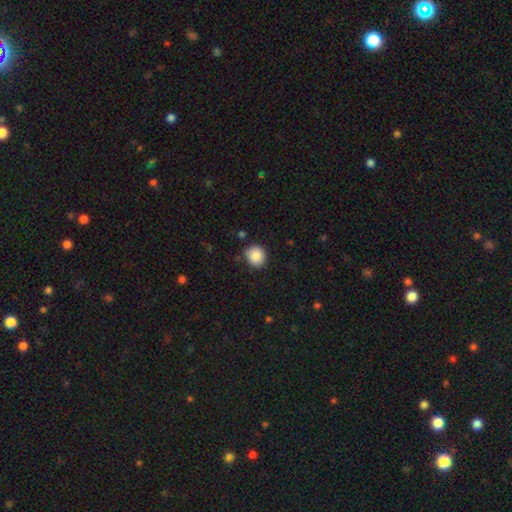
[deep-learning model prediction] smooth_or_featured: smooth (p=0.88) [alt: star or artifact p=0.08]
how_rounded: round (p=0.80) [alt: in between p=0.19]
merging: none (p=0.84) [alt: minor disturbance p=0.11]